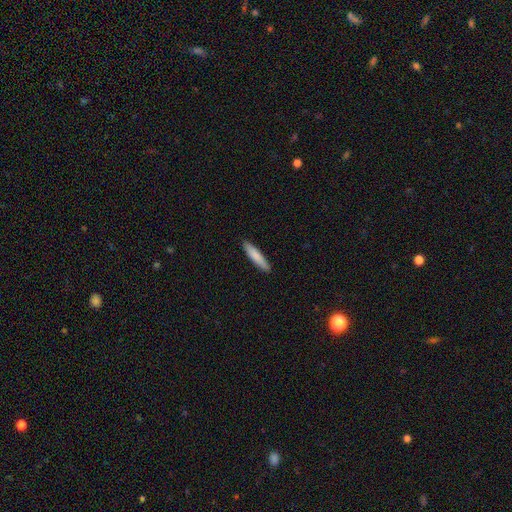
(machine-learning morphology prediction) smooth 83%, featured or disk 12%, star or artifact 5%. Down the decision tree: how rounded — cigar-shaped (86%); merging — none (91%).